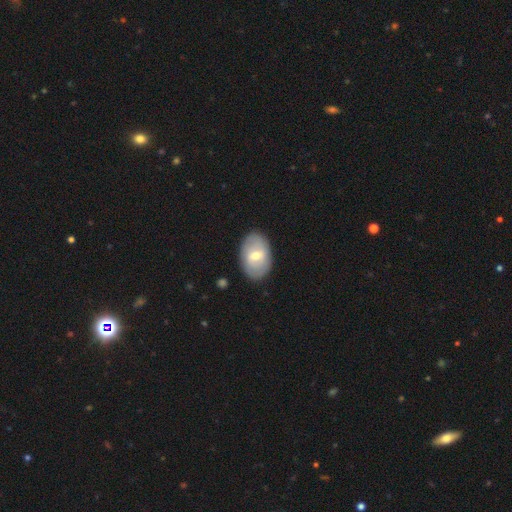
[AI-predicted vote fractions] Q: Smooth or featured?
A: smooth (53%); runner-up: featured or disk (40%)
Q: How rounded?
A: in between (88%); runner-up: round (11%)
Q: Merging?
A: none (86%); runner-up: minor disturbance (10%)